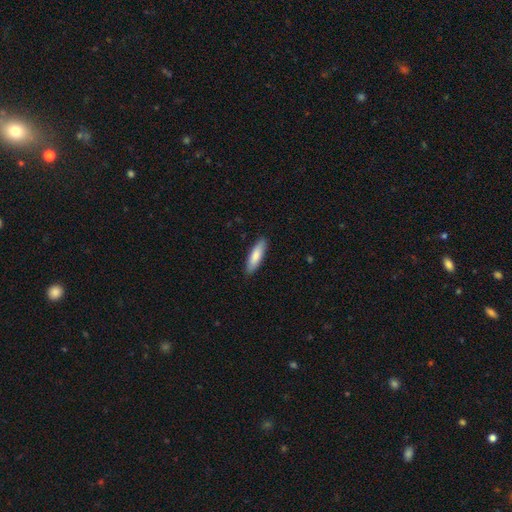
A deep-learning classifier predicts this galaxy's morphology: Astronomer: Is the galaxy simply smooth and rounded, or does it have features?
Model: smooth — 80%.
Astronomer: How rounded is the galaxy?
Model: cigar-shaped — 58% (runner-up: in between, 40%).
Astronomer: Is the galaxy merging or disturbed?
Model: none — 89%.